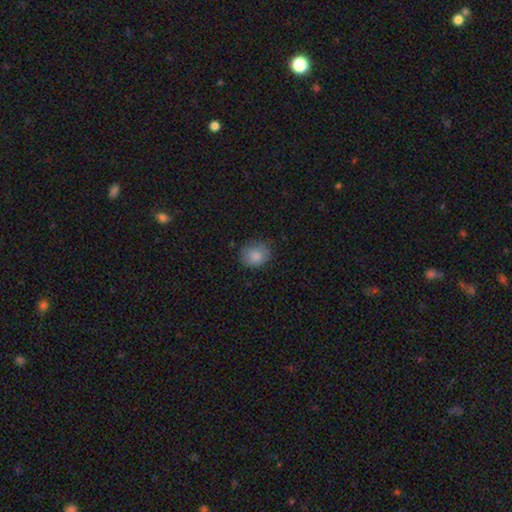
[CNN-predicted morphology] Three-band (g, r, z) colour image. It shows a smooth galaxy with no disk features (86%) that is round (61%). Merging: none (77%).